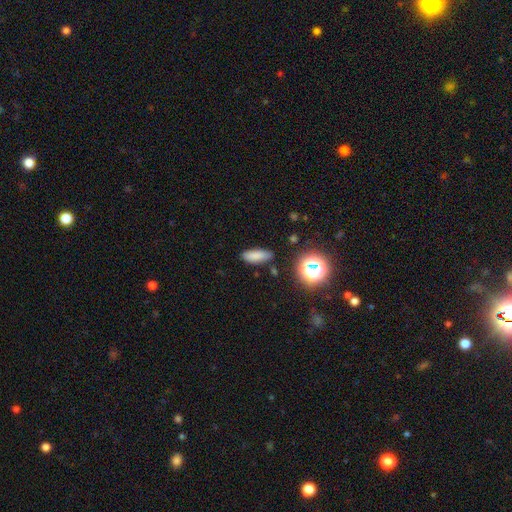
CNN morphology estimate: smooth 79%, star or artifact 13%, featured or disk 7%. Down the decision tree: how rounded — in between (66%); merging — none (81%).